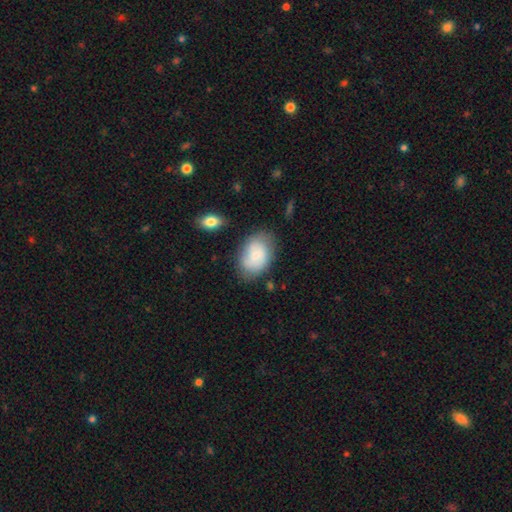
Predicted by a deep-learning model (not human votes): A smooth galaxy with no disk features (56%) that is in between round and cigar-shaped (82%). Merging: none (67%).